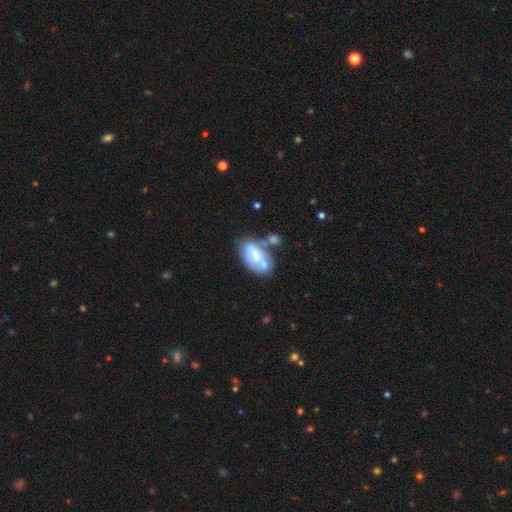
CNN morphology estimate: smooth-or-featured: smooth: 53% | featured or disk: 40% | star or artifact: 7%
  how-rounded: in between: 92% | round: 5% | cigar-shaped: 2%
  merging: merger: 33% (tied) | none: 33% (tied) | minor disturbance: 22% | major disturbance: 12%